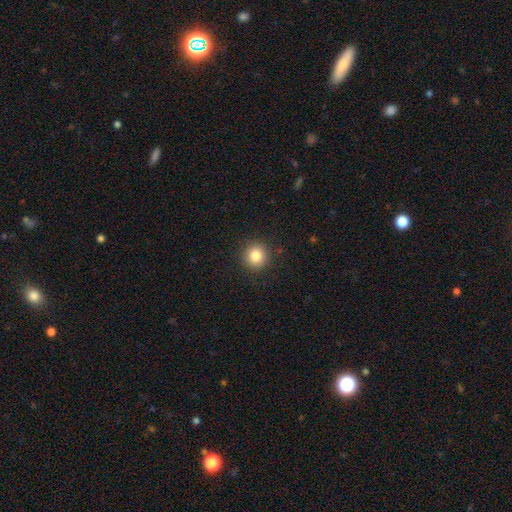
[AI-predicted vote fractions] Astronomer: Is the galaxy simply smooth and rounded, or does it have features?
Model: smooth — 83%.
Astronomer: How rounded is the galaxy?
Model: round — 93%.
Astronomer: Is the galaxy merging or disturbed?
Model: none — 91%.